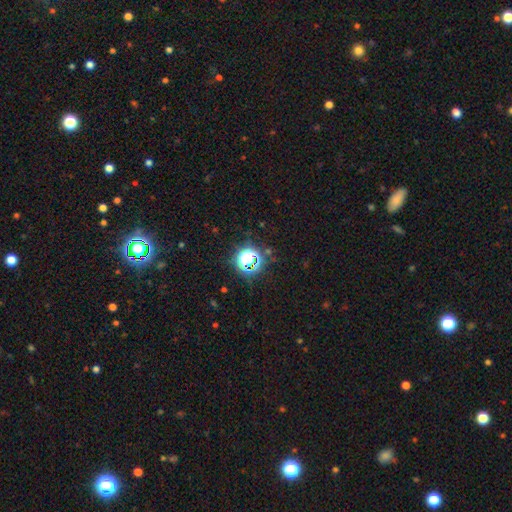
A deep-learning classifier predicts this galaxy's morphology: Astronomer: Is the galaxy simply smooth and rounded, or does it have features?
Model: star or artifact — 75%.